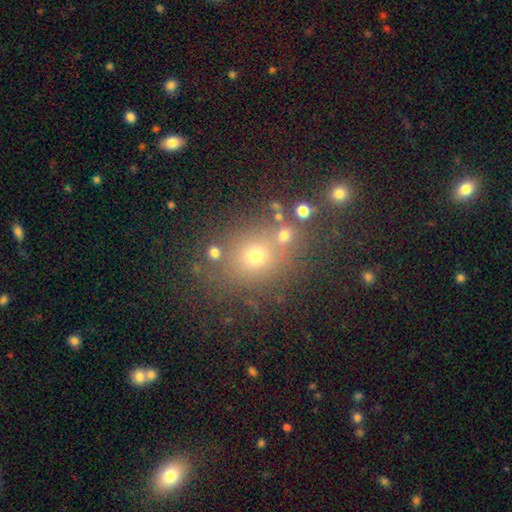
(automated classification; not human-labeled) Smooth or featured?
  - smooth: 64% *
  - star or artifact: 23%
  - featured or disk: 13%
How rounded?
  - round: 69% *
  - in between: 30%
  - cigar-shaped: 2%
Merging?
  - none: 71% *
  - minor disturbance: 12%
  - merger: 11%
  - major disturbance: 6%